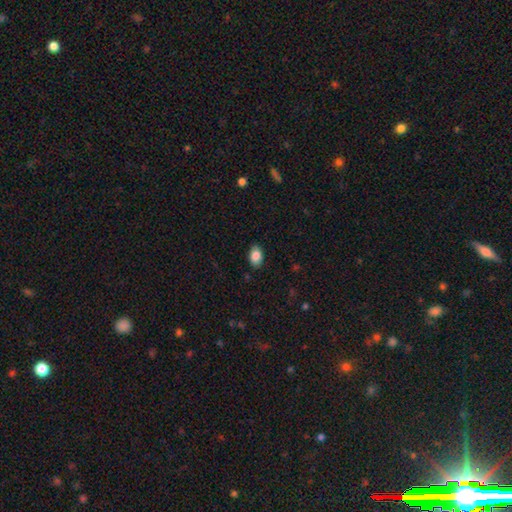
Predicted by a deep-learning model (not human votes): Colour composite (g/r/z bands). It shows a smooth galaxy with no disk features (85%) that is in between round and cigar-shaped (87%). Merging: none (88%).